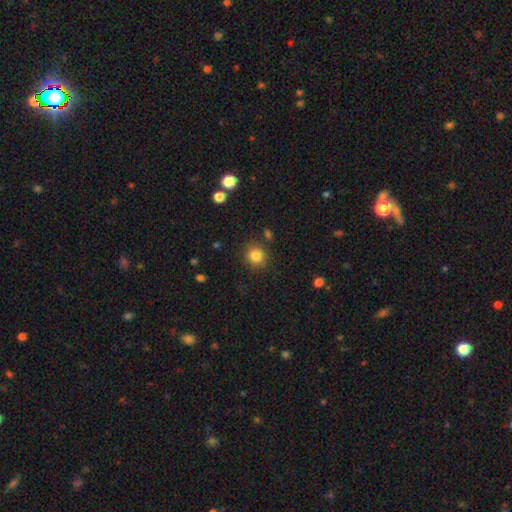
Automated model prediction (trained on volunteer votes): A smooth galaxy with no disk features (84%) that is round (86%).

Vote fractions:
- Smooth or featured? smooth: 84% / star or artifact: 11% / featured or disk: 5%
- How rounded? round: 86% / in between: 13% / cigar-shaped: 1%
- Merging? none: 84% / minor disturbance: 9% / major disturbance: 3% / merger: 3%